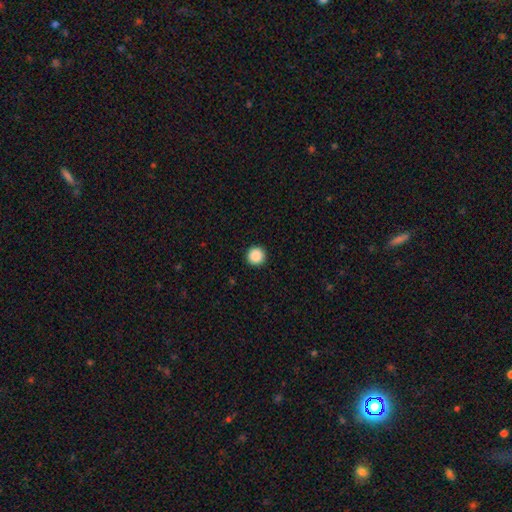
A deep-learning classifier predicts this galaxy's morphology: Q: Smooth or featured?
A: smooth (89%); runner-up: star or artifact (9%)
Q: How rounded?
A: round (96%); runner-up: in between (3%)
Q: Merging?
A: none (94%); runner-up: minor disturbance (4%)